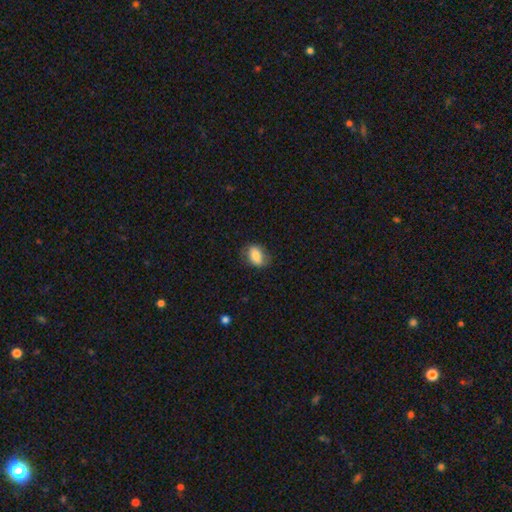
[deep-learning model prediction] Morphology: type=smooth (79%); roundness=in between (79%); merging=none (74%).